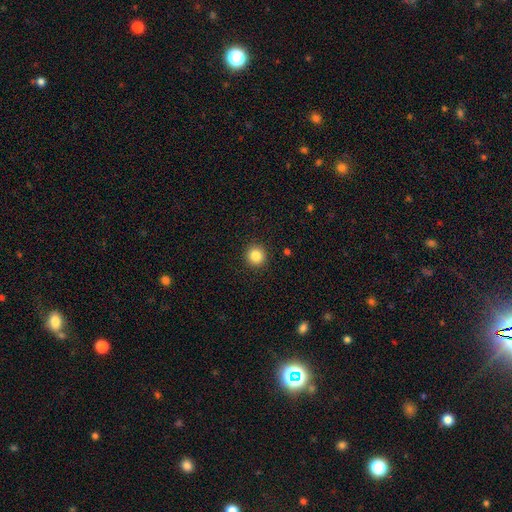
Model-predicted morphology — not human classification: Smooth or featured? smooth (84%)
How rounded? round (94%)
Merging? none (93%)